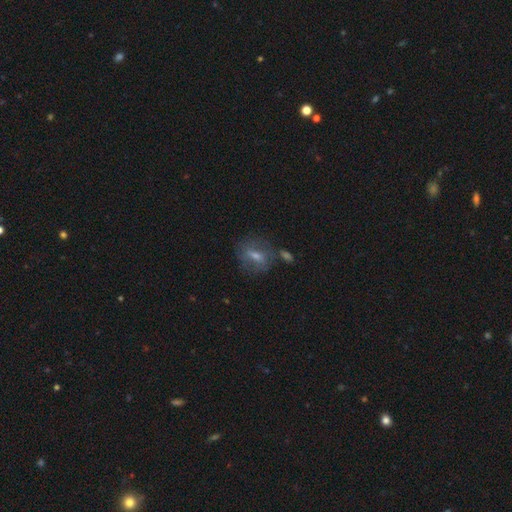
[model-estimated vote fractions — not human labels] Q: Smooth or featured?
A: smooth (47%); runner-up: featured or disk (42%)
Q: Merging?
A: none (62%); runner-up: minor disturbance (18%)